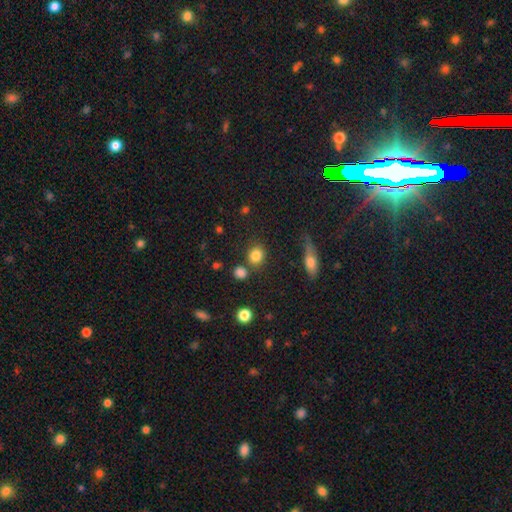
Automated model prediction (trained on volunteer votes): smooth-or-featured: smooth: 83% | star or artifact: 10% | featured or disk: 6%
  how-rounded: round: 67% | in between: 31% | cigar-shaped: 2%
  merging: none: 76% | minor disturbance: 11% | merger: 10% | major disturbance: 4%